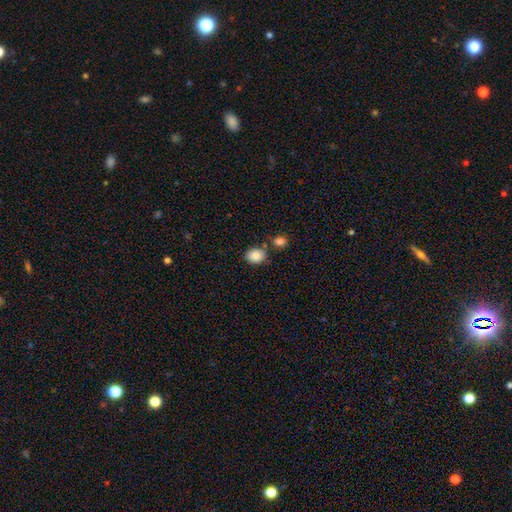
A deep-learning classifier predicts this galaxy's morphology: Overall: smooth (87%). How rounded: round (50%; in between 49%). Merging: none (73%).